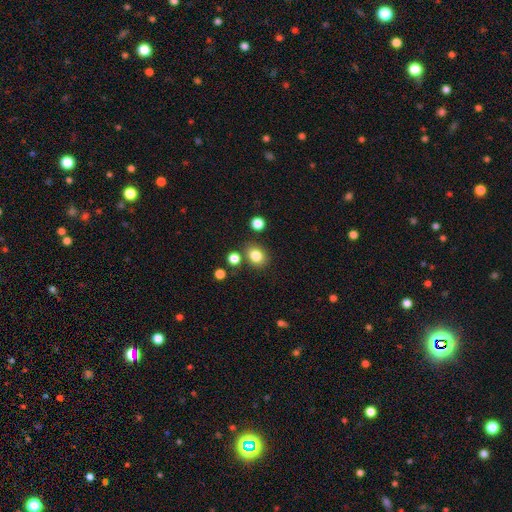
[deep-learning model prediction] Smooth or featured? Predicted: smooth (p=0.83). How rounded? Predicted: round (p=0.61). Merging? Predicted: none (p=0.79).